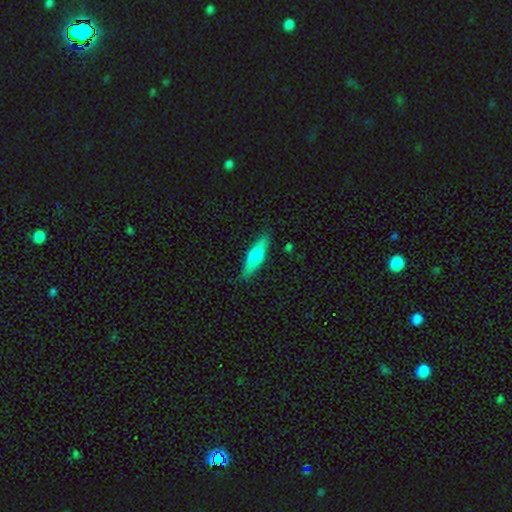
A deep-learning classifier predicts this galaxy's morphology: A smooth galaxy with no disk features (56%) that is cigar-shaped (65%). Merging: none (86%).